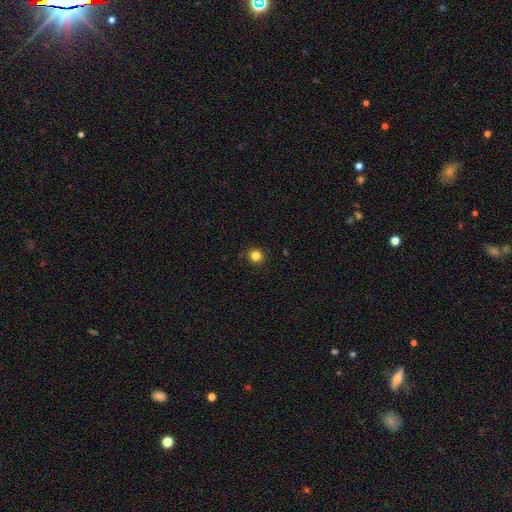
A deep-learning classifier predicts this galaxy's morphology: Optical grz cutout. It shows a smooth galaxy with no disk features (83%) that is round (93%). Merging: none (91%).